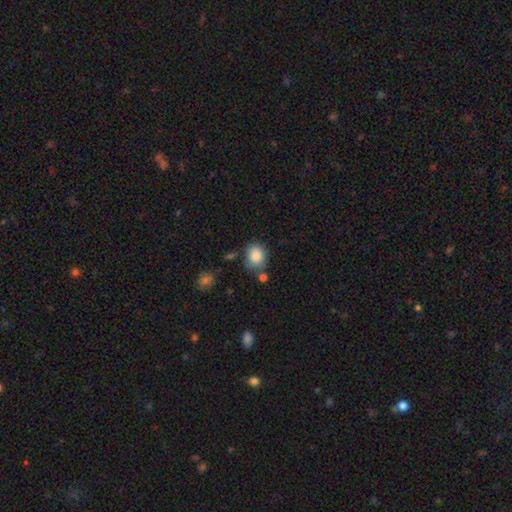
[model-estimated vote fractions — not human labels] Q: Smooth or featured?
A: smooth (86%); runner-up: star or artifact (8%)
Q: How rounded?
A: round (65%); runner-up: in between (34%)
Q: Merging?
A: none (70%); runner-up: minor disturbance (17%)